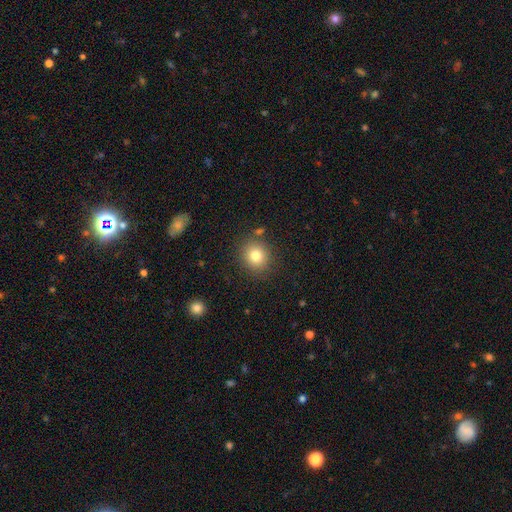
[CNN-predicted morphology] smooth 80%, star or artifact 12%, featured or disk 8%. Down the decision tree: how rounded — round (83%); merging — none (85%).